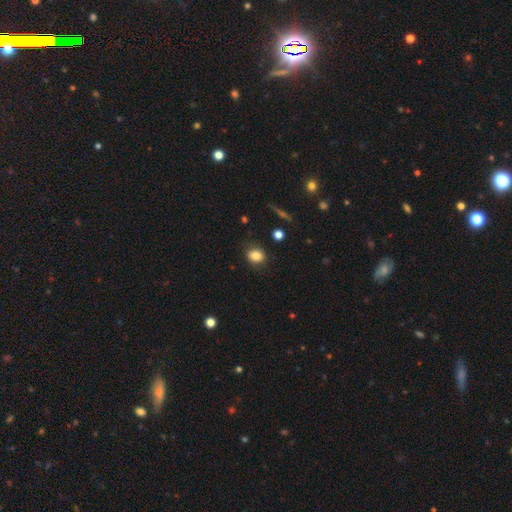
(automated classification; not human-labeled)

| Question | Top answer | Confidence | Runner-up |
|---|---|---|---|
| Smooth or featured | smooth | 83% | star or artifact (10%) |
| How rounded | round | 49% | tied: in between (49%) |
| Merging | none | 79% | minor disturbance (15%) |